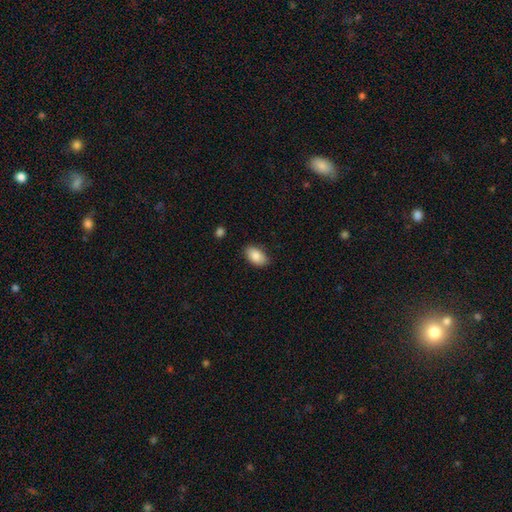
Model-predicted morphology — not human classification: A smooth galaxy with no disk features (86%) that is in between round and cigar-shaped (93%). Merging: none (84%).